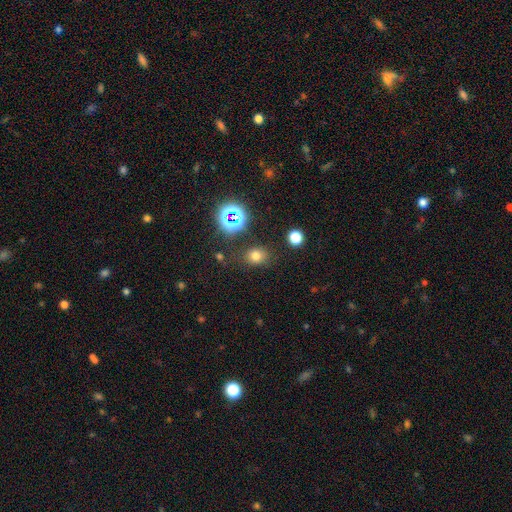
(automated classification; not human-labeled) A smooth galaxy with no disk features (72%) that is round (57%). Merging: none (79%).